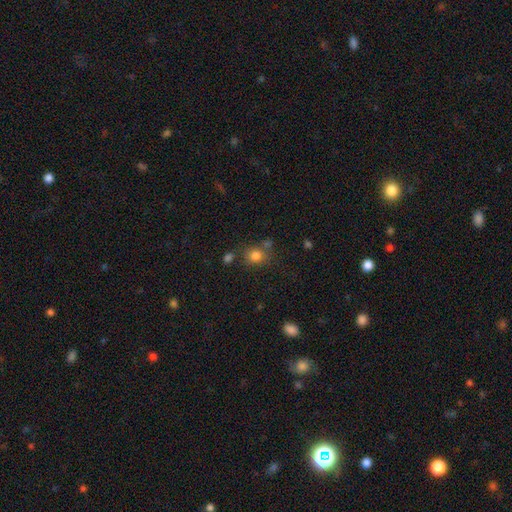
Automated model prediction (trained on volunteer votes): A smooth galaxy with no disk features (80%) that is round (74%).

Vote fractions:
- Smooth or featured? smooth: 80% / star or artifact: 13% / featured or disk: 7%
- How rounded? round: 74% / in between: 25% / cigar-shaped: 1%
- Merging? none: 68% / minor disturbance: 14% / merger: 13% / major disturbance: 5%